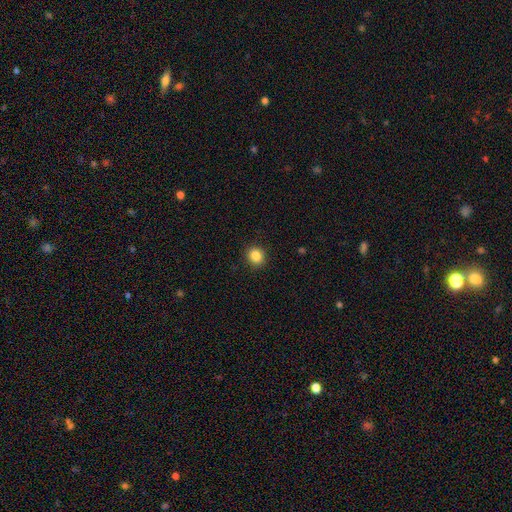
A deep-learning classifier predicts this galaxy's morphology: Q: Smooth or featured?
A: smooth (85%); runner-up: star or artifact (11%)
Q: How rounded?
A: round (82%); runner-up: in between (17%)
Q: Merging?
A: none (91%); runner-up: minor disturbance (6%)